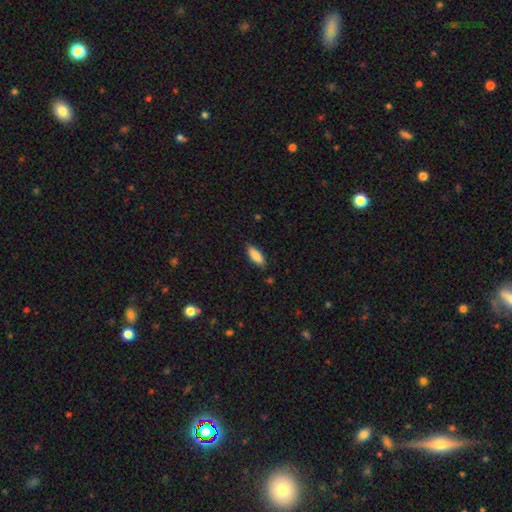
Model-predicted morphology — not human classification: Q: Smooth or featured?
A: smooth (86%); runner-up: featured or disk (8%)
Q: How rounded?
A: in between (72%); runner-up: cigar-shaped (26%)
Q: Merging?
A: none (83%); runner-up: minor disturbance (14%)